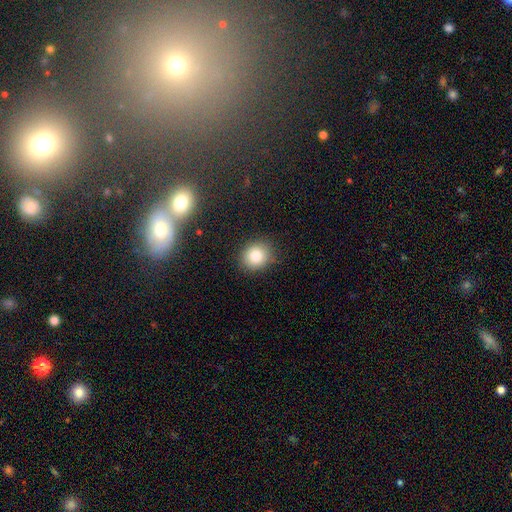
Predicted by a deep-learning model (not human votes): Smooth or featured? smooth (82%)
How rounded? round (73%)
Merging? none (87%)